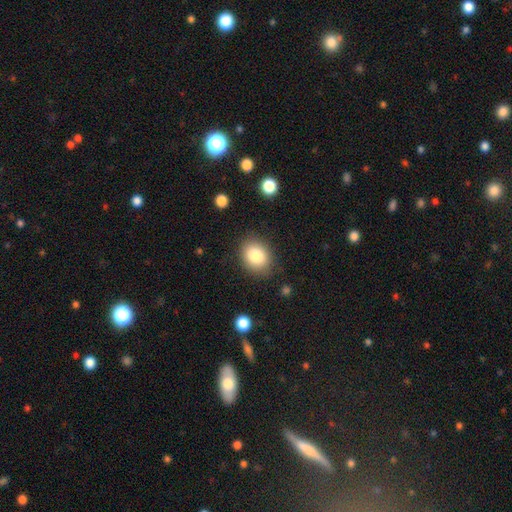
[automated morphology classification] Overall: smooth (83%). How rounded: in between (51%; round 48%). Merging: none (85%).